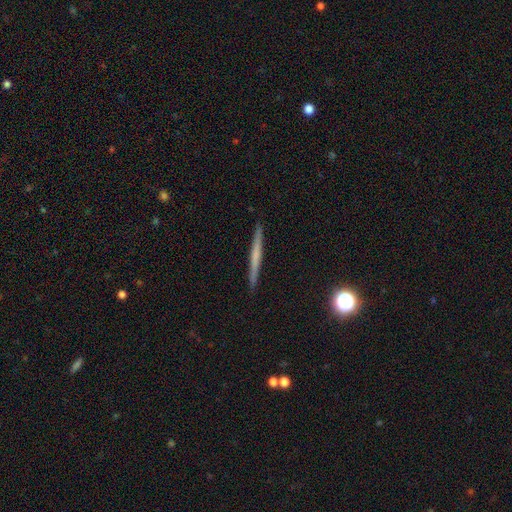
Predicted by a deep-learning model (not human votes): Overall: featured or disk (52%; smooth 40%). Edge-on disk: yes (97%). Edge-on bulge: none (74%). Merging: none (92%).